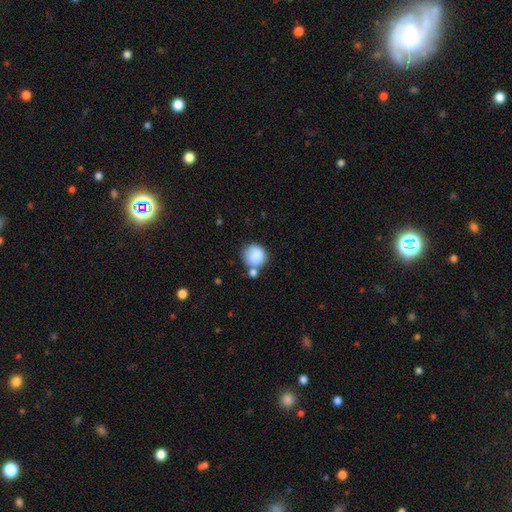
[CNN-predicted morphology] The model was most divided on "merging": none: 57%, merger: 22%, minor disturbance: 15%, major disturbance: 6%. More confident: how rounded — round (90%); smooth or featured — smooth (85%).